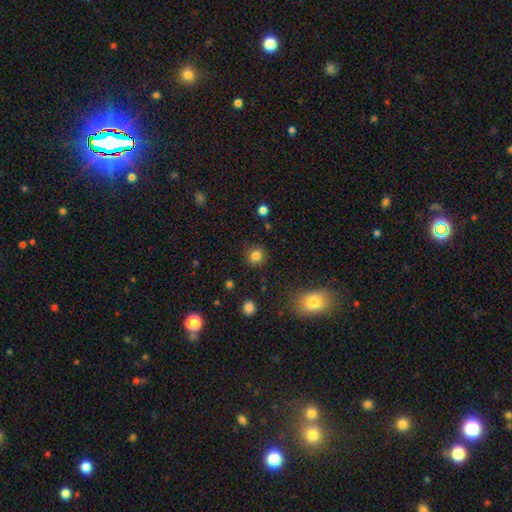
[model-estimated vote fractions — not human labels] This appears to be a smooth galaxy with no disk features (82%) that is round (86%). Merging: none (88%).